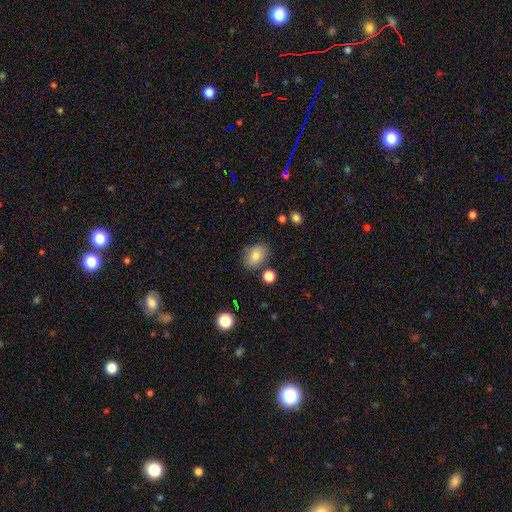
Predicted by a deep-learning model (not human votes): Q: Smooth or featured?
A: smooth (80%); runner-up: featured or disk (11%)
Q: How rounded?
A: in between (74%); runner-up: round (25%)
Q: Merging?
A: none (76%); runner-up: minor disturbance (15%)